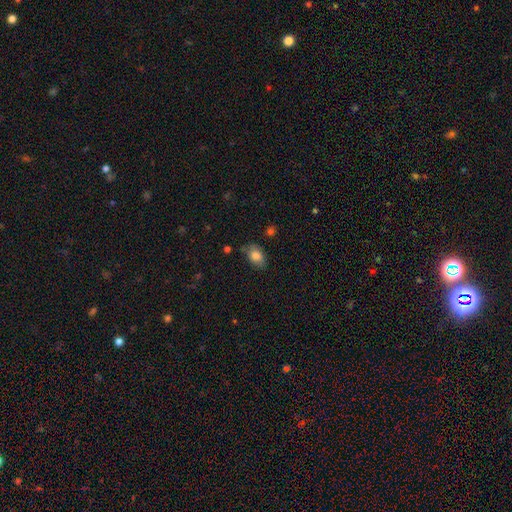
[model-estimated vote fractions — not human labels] smooth-or-featured: smooth: 82% | featured or disk: 11% | star or artifact: 8%
  how-rounded: in between: 87% | round: 11% | cigar-shaped: 2%
  merging: none: 71% | minor disturbance: 21% | major disturbance: 5% | merger: 4%